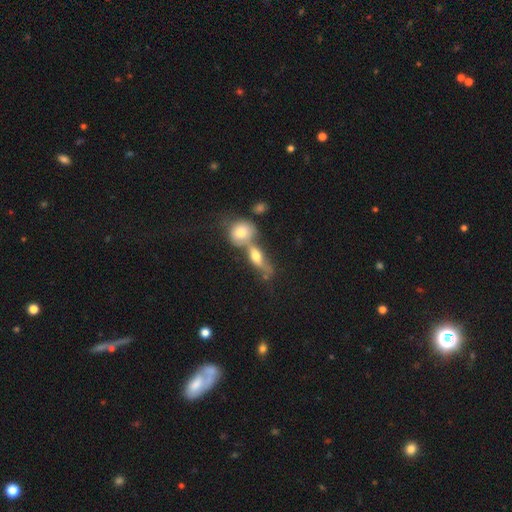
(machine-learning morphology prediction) This is possibly a smooth galaxy (53%). How rounded: possibly in between (56%). Merging: possibly merger (52%).